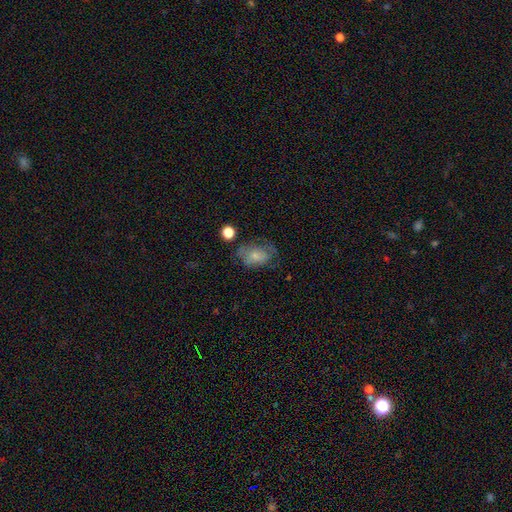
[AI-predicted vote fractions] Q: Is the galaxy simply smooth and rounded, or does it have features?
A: smooth — 64%.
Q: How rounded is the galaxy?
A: in between — 81%.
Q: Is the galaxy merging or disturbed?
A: none — 45%.